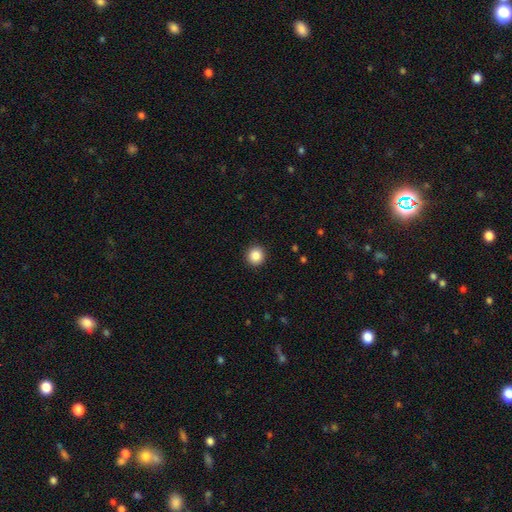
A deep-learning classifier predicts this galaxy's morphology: smooth-or-featured: smooth: 87% | star or artifact: 10% | featured or disk: 4%
  how-rounded: round: 93% | in between: 6% | cigar-shaped: 1%
  merging: none: 93% | minor disturbance: 5% | major disturbance: 2% | merger: 1%